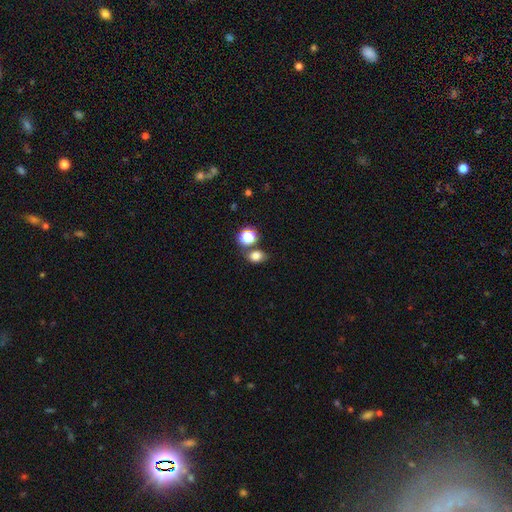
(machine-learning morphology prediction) Q: Smooth or featured?
A: smooth (77%); runner-up: star or artifact (16%)
Q: How rounded?
A: in between (55%); runner-up: round (44%)
Q: Merging?
A: none (62%); runner-up: merger (18%)